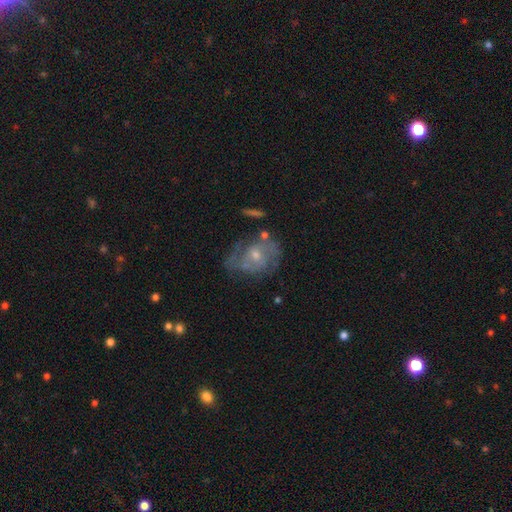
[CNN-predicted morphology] The model was most divided on "spiral winding": tight: 42%, medium: 41%, loose: 17%. Remaining: edge-on disk — no (96%); spiral arms — yes (76%); smooth or featured — featured or disk (72%); bar — no (69%); merging — none (54%); bulge size — moderate (48%); spiral arm count — 2 (45%).